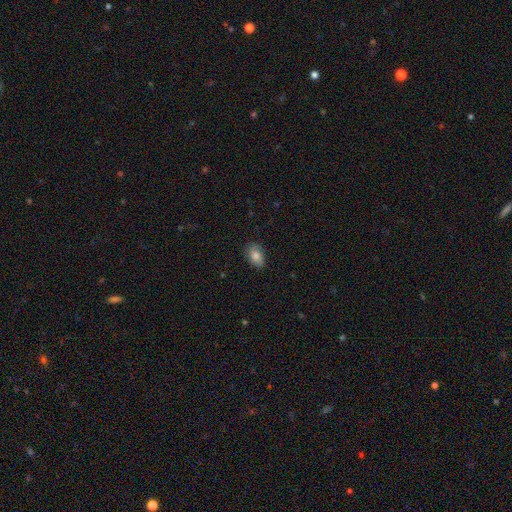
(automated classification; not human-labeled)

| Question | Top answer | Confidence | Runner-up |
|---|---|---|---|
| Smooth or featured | smooth | 83% | featured or disk (9%) |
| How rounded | in between | 89% | round (10%) |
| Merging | none | 83% | minor disturbance (13%) |